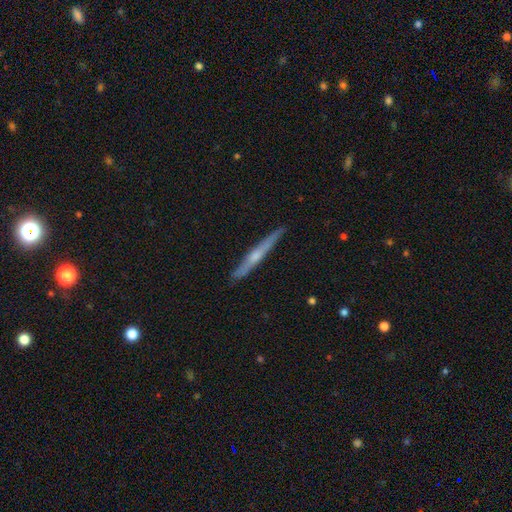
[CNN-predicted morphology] Smooth or featured: featured or disk — 63% (smooth — 31%)
Edge-on disk: yes — 97% (no — 3%)
Edge-on bulge: rounded — 62% (none — 32%)
Merging: none — 88% (minor disturbance — 9%)